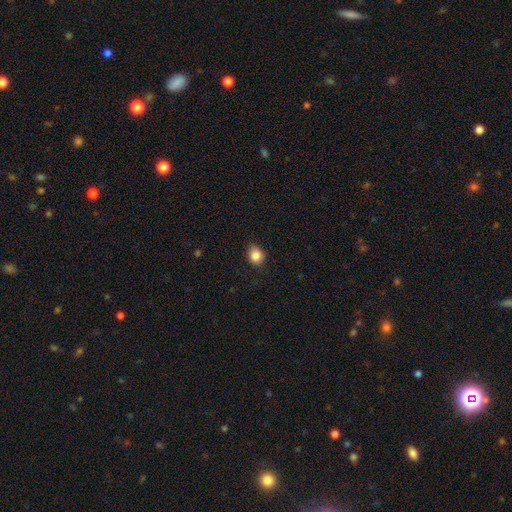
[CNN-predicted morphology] This is clearly a smooth galaxy (85%). How rounded: likely round (71%). Merging: likely none (78%).